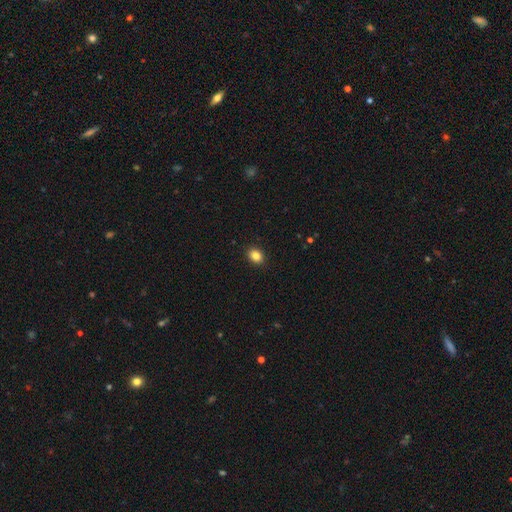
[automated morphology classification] Smooth or featured? Predicted: smooth (p=0.86). How rounded? Predicted: in between (p=0.61). Merging? Predicted: none (p=0.91).